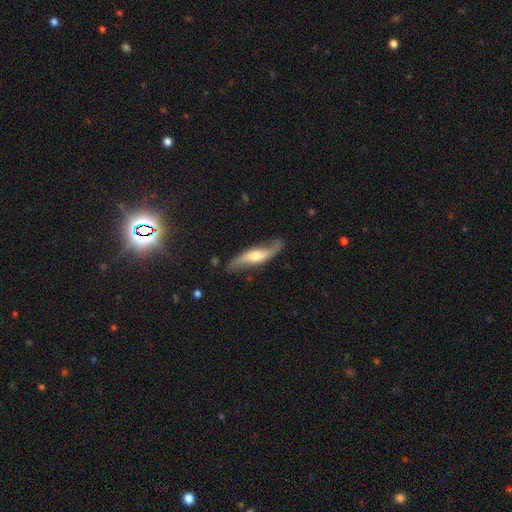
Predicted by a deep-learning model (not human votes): Smooth or featured? featured or disk (77%)
Edge-on disk? no (68%)
Bar? no (55%)
Spiral arms? yes (93%)
Bulge size? moderate (59%)
Merging? none (73%)